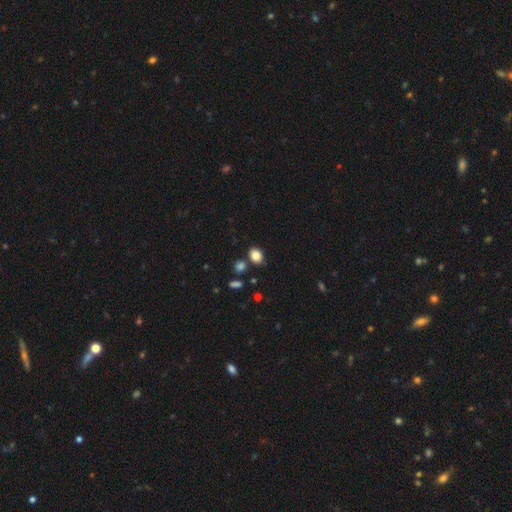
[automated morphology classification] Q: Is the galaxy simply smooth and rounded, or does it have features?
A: smooth — 84%.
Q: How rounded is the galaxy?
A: in between — 58%.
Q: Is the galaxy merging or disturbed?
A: none — 77%.